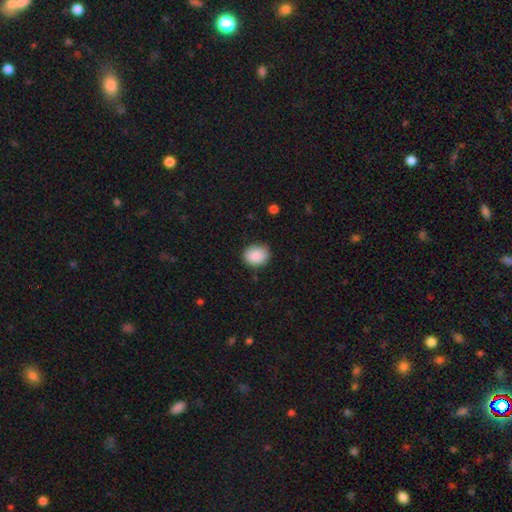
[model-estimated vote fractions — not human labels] This is clearly a smooth galaxy (87%). How rounded: possibly round (60%). Merging: clearly none (82%).